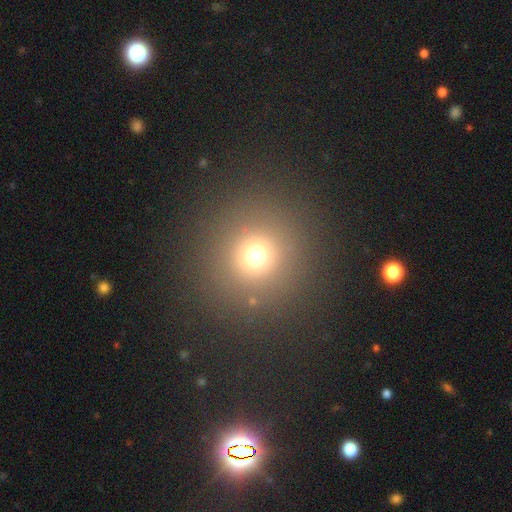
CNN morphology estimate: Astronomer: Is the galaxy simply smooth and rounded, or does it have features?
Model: smooth — 69%.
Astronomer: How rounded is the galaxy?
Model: round — 94%.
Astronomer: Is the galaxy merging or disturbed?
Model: none — 86%.